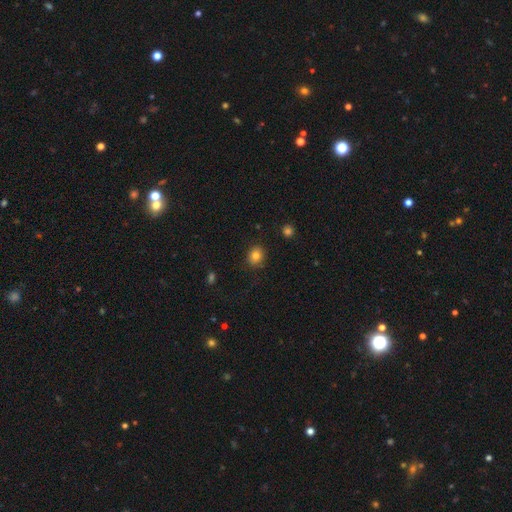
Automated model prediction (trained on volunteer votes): A smooth galaxy with no disk features (81%) that is round (66%). Merging: none (87%).